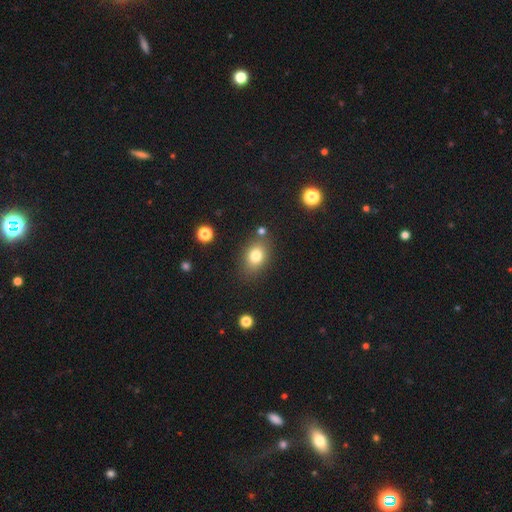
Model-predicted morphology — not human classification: Smooth or featured: smooth — 79% (star or artifact — 11%)
How rounded: in between — 66% (round — 33%)
Merging: none — 78% (minor disturbance — 12%)